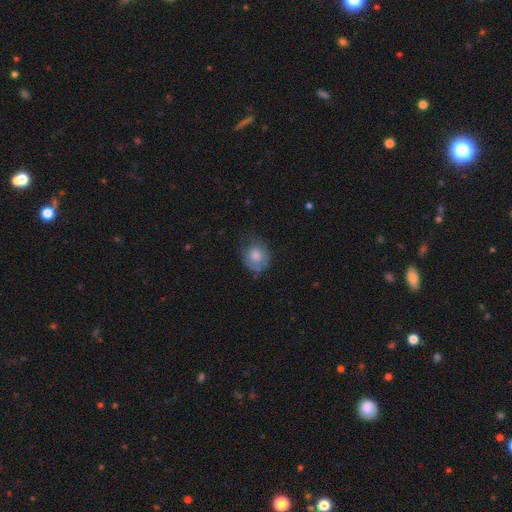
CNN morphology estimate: Smooth or featured: smooth — 69% (featured or disk — 22%)
How rounded: round — 68% (in between — 31%)
Merging: none — 58% (minor disturbance — 29%)